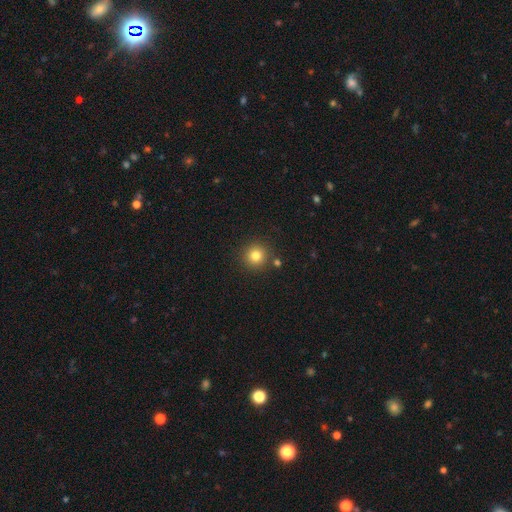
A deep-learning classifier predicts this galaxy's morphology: Q: Smooth or featured?
A: smooth (80%); runner-up: star or artifact (13%)
Q: How rounded?
A: round (94%); runner-up: in between (5%)
Q: Merging?
A: none (86%); runner-up: minor disturbance (6%)